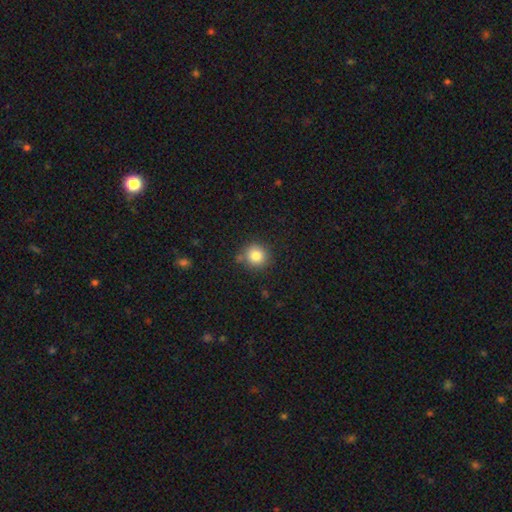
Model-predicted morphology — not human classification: A smooth galaxy with no disk features (84%) that is round (90%). Merging: none (80%).